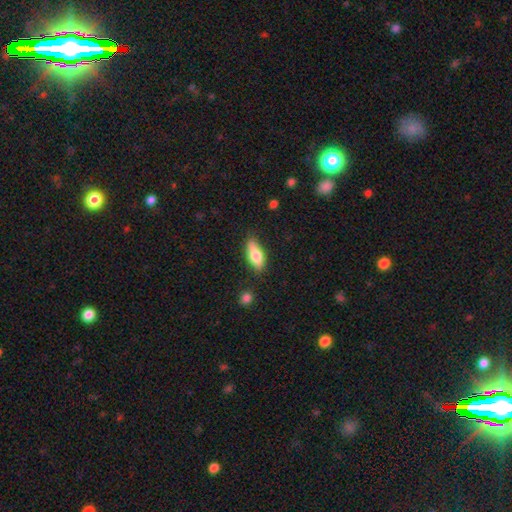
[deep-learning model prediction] Smooth or featured?
  - smooth: 70% *
  - featured or disk: 24%
  - star or artifact: 6%
How rounded?
  - in between: 71% *
  - cigar-shaped: 25%
  - round: 3%
Merging?
  - none: 78% *
  - minor disturbance: 16%
  - major disturbance: 3%
  - merger: 3%